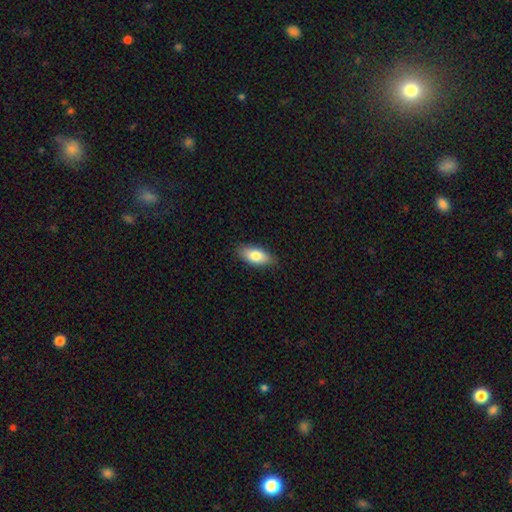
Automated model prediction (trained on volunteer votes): Overall: smooth (81%). How rounded: in between (88%). Merging: none (86%).